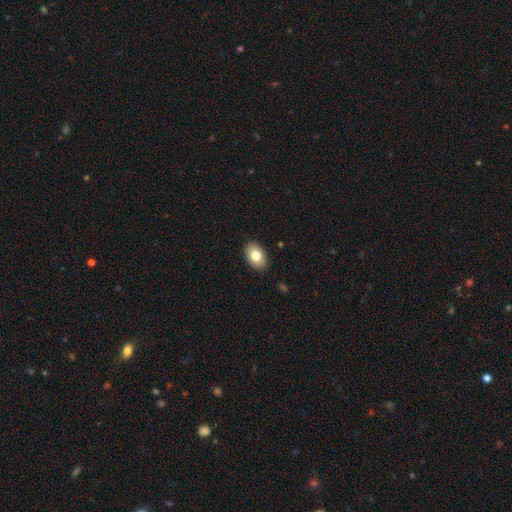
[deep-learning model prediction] Overall: smooth (79%). How rounded: in between (86%). Merging: none (89%).